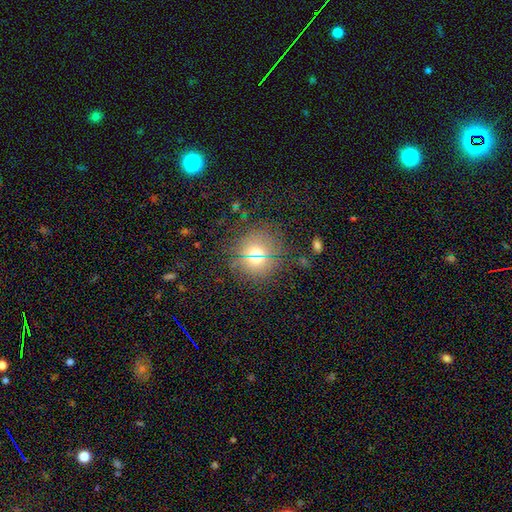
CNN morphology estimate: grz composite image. It shows a smooth galaxy with no disk features (59%) that is round (87%). Merging: none (81%).